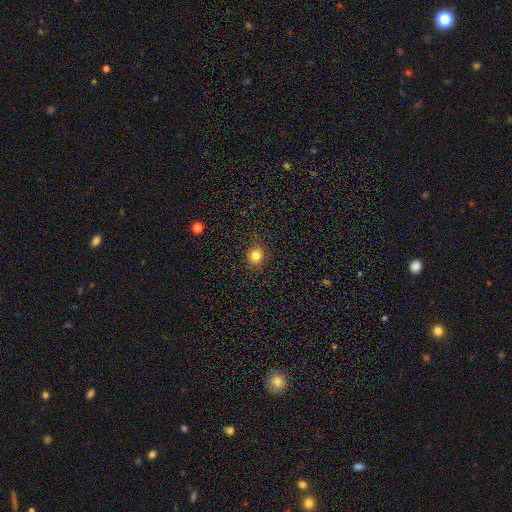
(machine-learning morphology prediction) This is clearly a smooth galaxy (82%). How rounded: clearly round (88%). Merging: clearly none (89%).